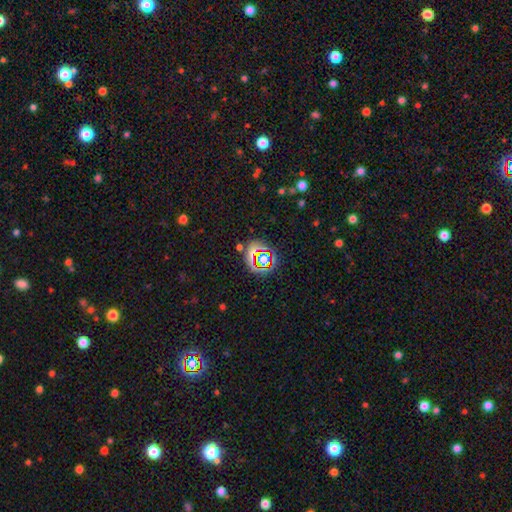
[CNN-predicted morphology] Overall: star or artifact (57%; smooth 31%).